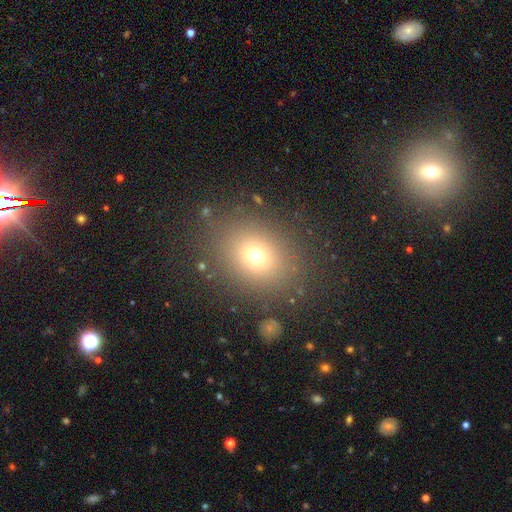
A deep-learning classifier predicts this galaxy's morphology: Overall: smooth (69%). How rounded: round (61%; in between 38%). Merging: none (84%).